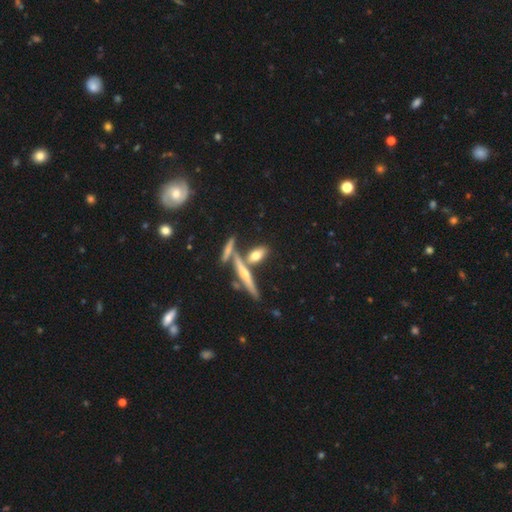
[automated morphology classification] This appears to be a smooth galaxy with no disk features (56%) that is in between round and cigar-shaped (55%). Merging: none (60%).